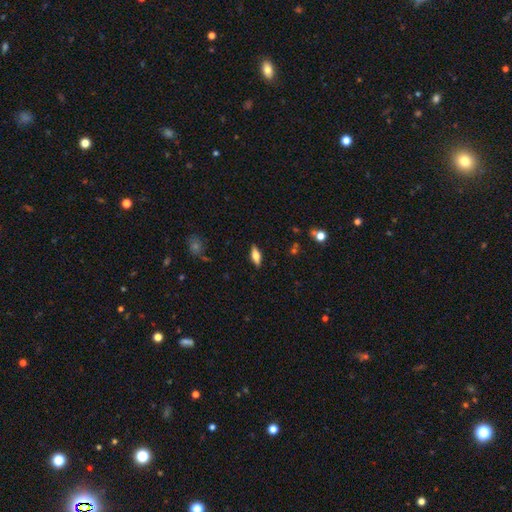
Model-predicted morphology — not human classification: A smooth galaxy with no disk features (59%) that is in between round and cigar-shaped (66%). Merging: none (87%).